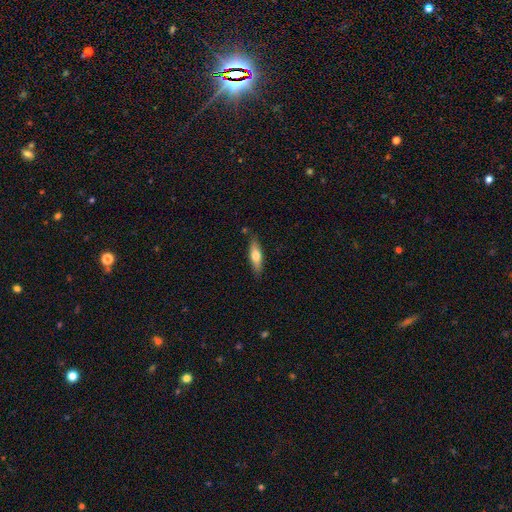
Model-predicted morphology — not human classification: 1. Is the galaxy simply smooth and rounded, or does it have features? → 66% smooth, 28% featured or disk, 6% star or artifact.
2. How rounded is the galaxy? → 56% cigar-shaped, 42% in between, 2% round.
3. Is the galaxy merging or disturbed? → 82% none, 13% minor disturbance, 2% major disturbance, 2% merger.